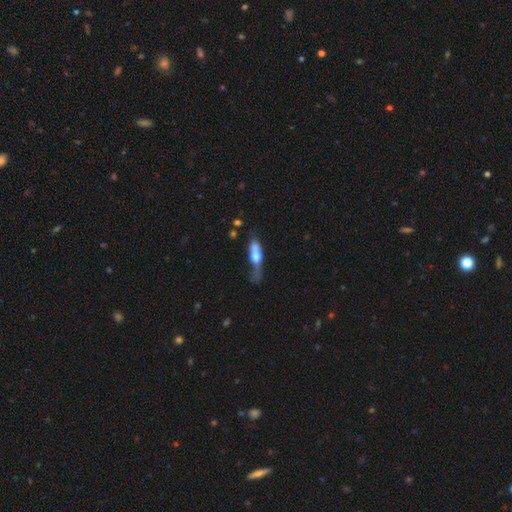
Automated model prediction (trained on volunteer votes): This is possibly a featured or disk galaxy (47%). Merging: marginally none (33%).